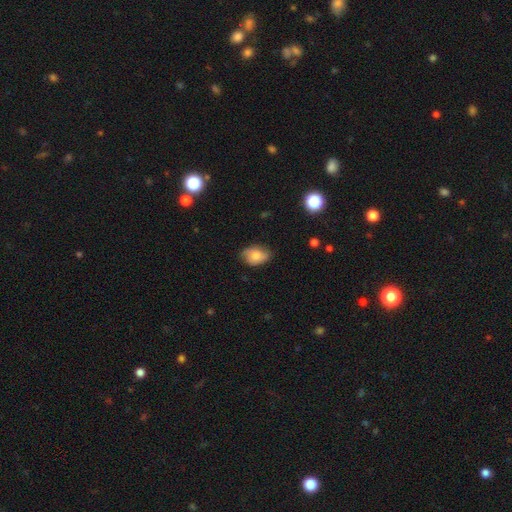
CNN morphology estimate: Smooth or featured?
  - smooth: 76% *
  - featured or disk: 16%
  - star or artifact: 8%
How rounded?
  - in between: 81% *
  - round: 18%
  - cigar-shaped: 1%
Merging?
  - none: 70% *
  - minor disturbance: 24%
  - major disturbance: 4%
  - merger: 1%